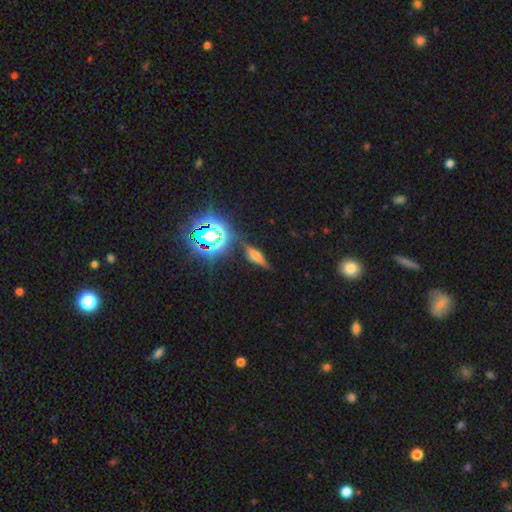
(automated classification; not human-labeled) Smooth or featured? Predicted: featured or disk (p=0.54). Edge-on disk? Predicted: yes (p=0.89). Merging? Predicted: none (p=0.76).